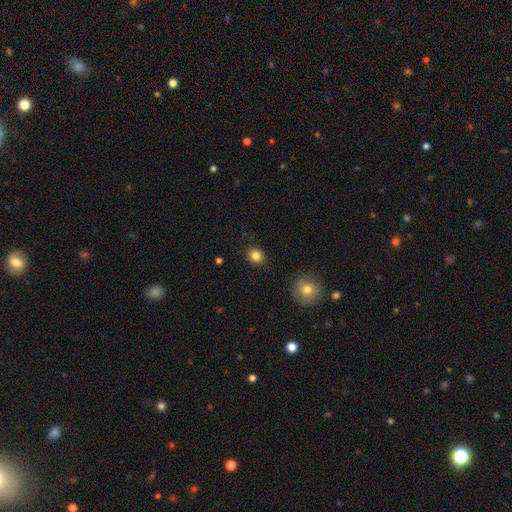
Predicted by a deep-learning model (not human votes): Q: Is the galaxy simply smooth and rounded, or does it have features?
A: smooth — 84%.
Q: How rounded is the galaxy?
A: round — 77%.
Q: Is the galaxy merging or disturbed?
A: none — 90%.